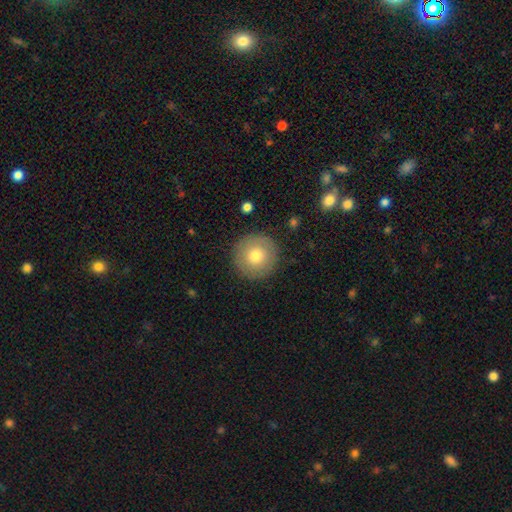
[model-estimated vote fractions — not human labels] Morphology: type=smooth (74%); roundness=round (97%); merging=none (90%).